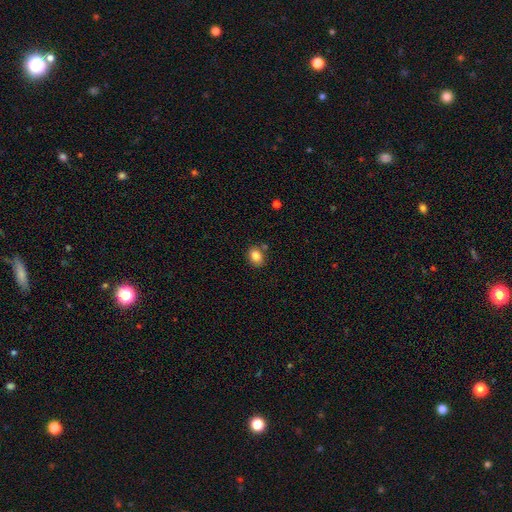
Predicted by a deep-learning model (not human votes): smooth_or_featured: smooth (p=0.85) [alt: star or artifact p=0.09]
how_rounded: in between (p=0.61) [alt: round p=0.38]
merging: none (p=0.78) [alt: minor disturbance p=0.12]